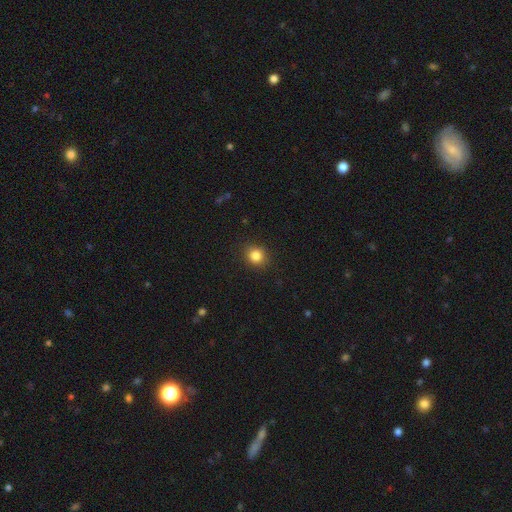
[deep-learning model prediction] Smooth or featured: smooth — 84% (star or artifact — 11%)
How rounded: round — 80% (in between — 19%)
Merging: none — 89% (minor disturbance — 8%)